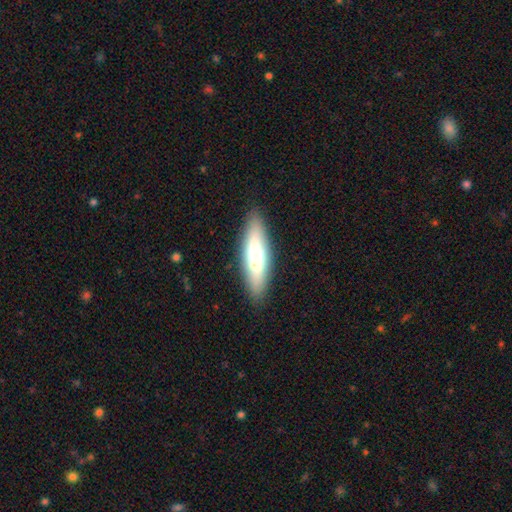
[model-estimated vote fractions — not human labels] Smooth or featured?
  - smooth: 55% *
  - featured or disk: 38%
  - star or artifact: 7%
How rounded?
  - cigar-shaped: 54% *
  - in between: 44%
  - round: 2%
Merging?
  - none: 83% *
  - minor disturbance: 11%
  - merger: 4%
  - major disturbance: 3%